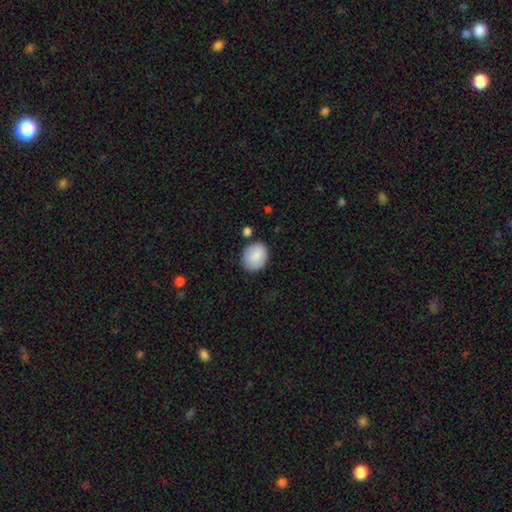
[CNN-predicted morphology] type=smooth (84%); roundness=round (50%); merging=none (78%).